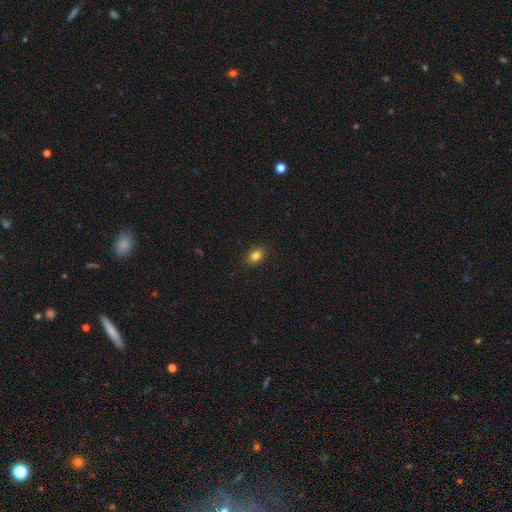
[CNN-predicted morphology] Smooth or featured? Predicted: smooth (p=0.83). How rounded? Predicted: in between (p=0.81). Merging? Predicted: none (p=0.88).